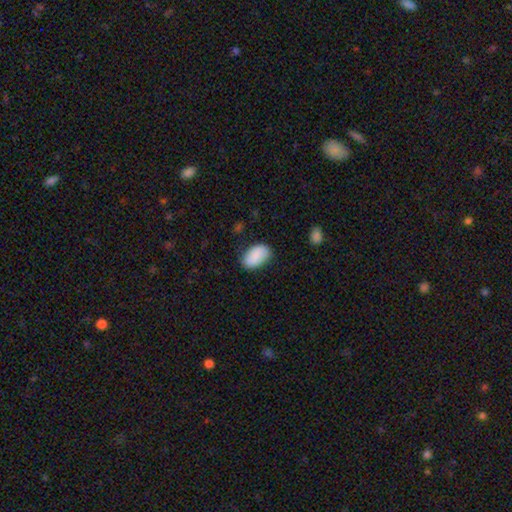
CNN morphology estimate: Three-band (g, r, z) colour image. It shows a smooth galaxy with no disk features (85%) that is in between round and cigar-shaped (93%). Merging: none (79%).